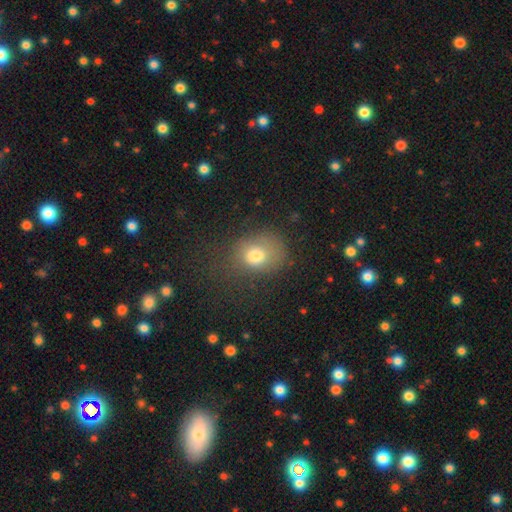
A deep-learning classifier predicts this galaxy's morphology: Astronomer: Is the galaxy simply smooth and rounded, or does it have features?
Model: smooth — 74%.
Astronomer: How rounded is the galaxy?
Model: round — 52% (runner-up: in between, 47%).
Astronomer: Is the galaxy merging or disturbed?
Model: none — 50%.